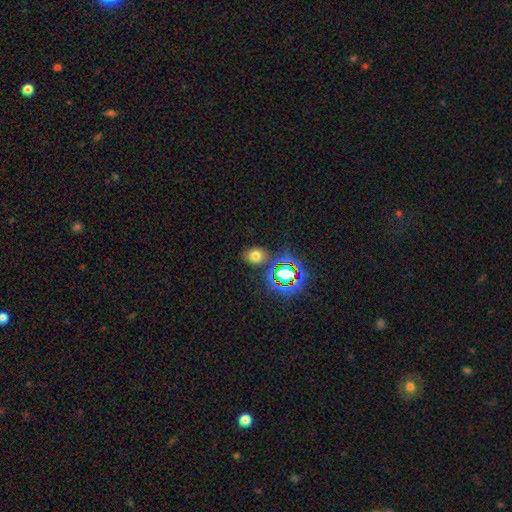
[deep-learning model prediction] Smooth or featured? smooth (66%)
How rounded? round (57%)
Merging? none (81%)